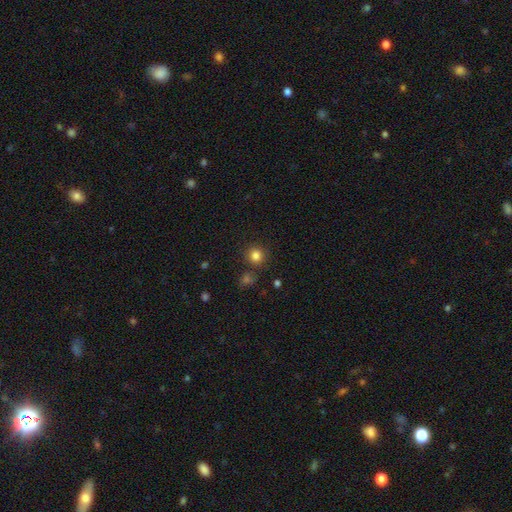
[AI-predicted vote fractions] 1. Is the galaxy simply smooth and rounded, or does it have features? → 82% smooth, 13% star or artifact, 5% featured or disk.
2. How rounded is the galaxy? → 92% round, 7% in between, 1% cigar-shaped.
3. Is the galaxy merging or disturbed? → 83% none, 8% minor disturbance, 6% merger, 3% major disturbance.